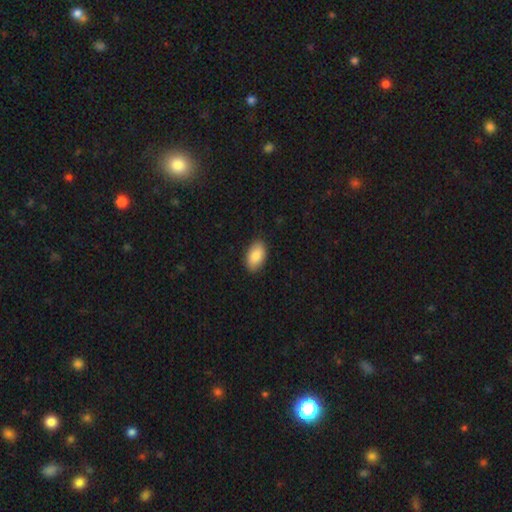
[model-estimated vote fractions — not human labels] Smooth or featured: smooth — 87% (featured or disk — 7%)
How rounded: in between — 94% (round — 5%)
Merging: none — 88% (minor disturbance — 9%)